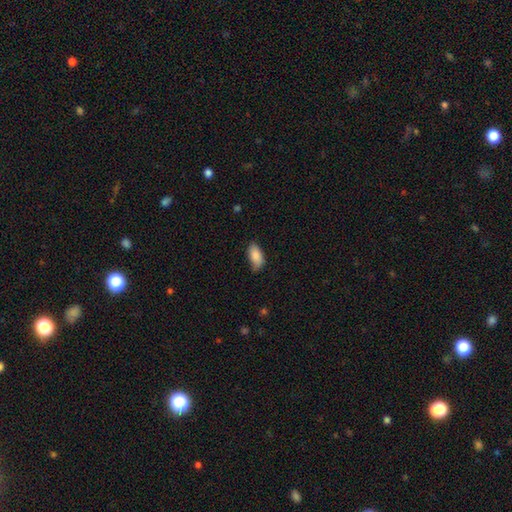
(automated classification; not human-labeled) A smooth galaxy with no disk features (88%) that is in between round and cigar-shaped (92%). Merging: none (65%).